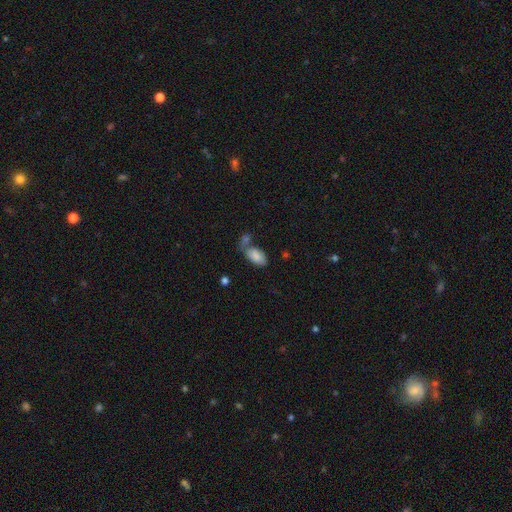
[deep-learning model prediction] Smooth or featured? Predicted: smooth (p=0.83). How rounded? Predicted: in between (p=0.95). Merging? Predicted: merger (p=0.38, tied with none).